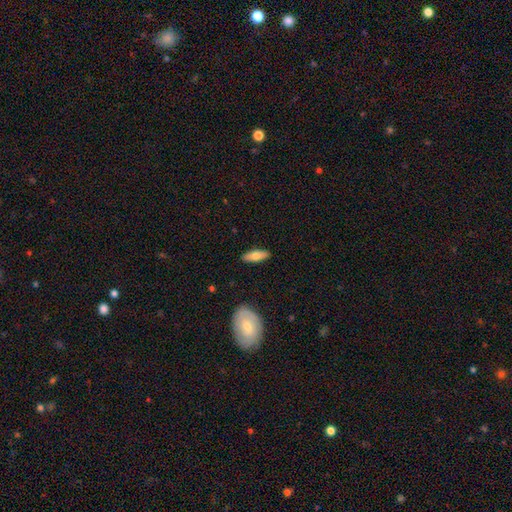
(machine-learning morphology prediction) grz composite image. It shows a smooth galaxy with no disk features (70%) that is in between round and cigar-shaped (60%). Merging: none (89%).